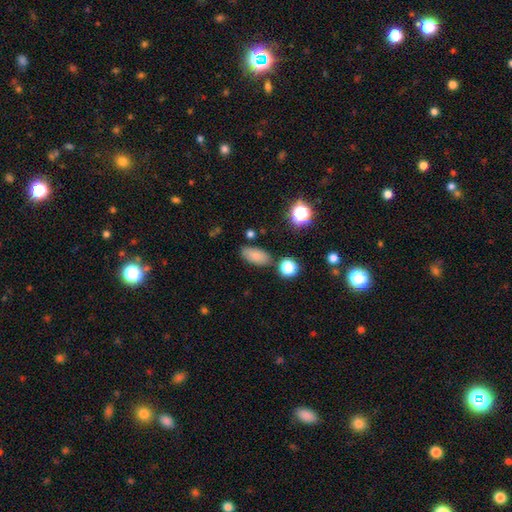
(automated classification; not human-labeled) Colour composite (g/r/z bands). It shows a smooth galaxy with no disk features (81%) that is in between round and cigar-shaped (88%). Merging: none (78%).